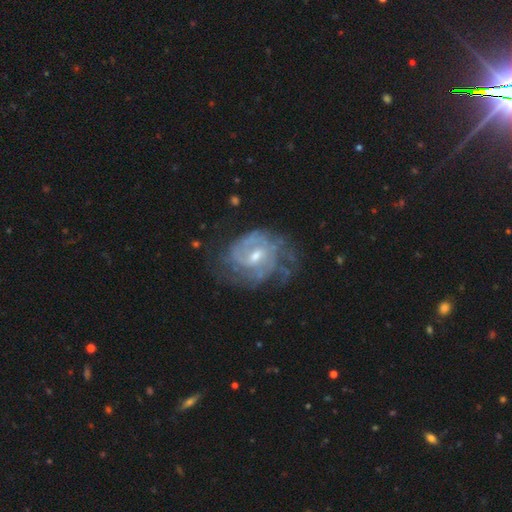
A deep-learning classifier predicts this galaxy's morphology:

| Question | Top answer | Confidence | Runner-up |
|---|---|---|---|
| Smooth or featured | featured or disk | 84% | smooth (9%) |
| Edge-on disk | no | 97% | yes (3%) |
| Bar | weak | 57% | no (30%) |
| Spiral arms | yes | 91% | no (9%) |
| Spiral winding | tight | 53% | medium (36%) |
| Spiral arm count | can't tell | 42% | 2 (26%) |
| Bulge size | moderate | 52% | small (42%) |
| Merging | none | 59% | minor disturbance (23%) |